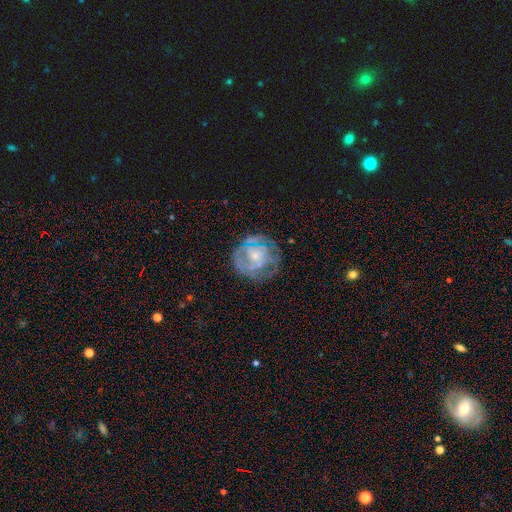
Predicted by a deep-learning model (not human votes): A featured or disk galaxy (68%) with no bar (77%), spiral arms (71%) and a small central bulge (64%). Merging: none (63%).